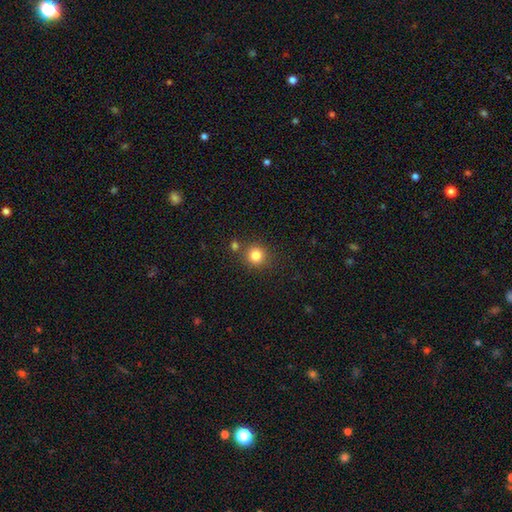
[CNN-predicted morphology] This is clearly a smooth galaxy (83%). How rounded: clearly round (91%). Merging: likely none (78%).